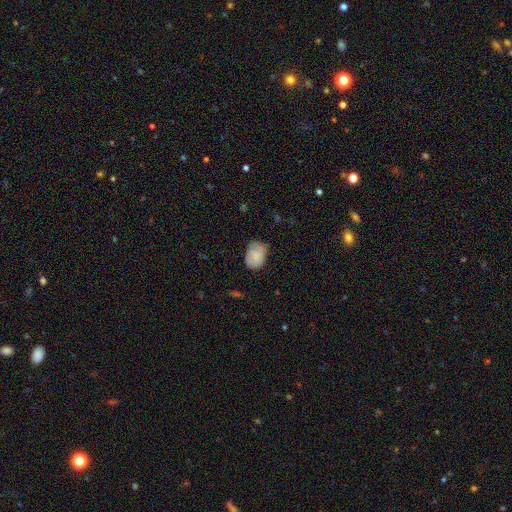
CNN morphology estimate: Smooth or featured?
  - smooth: 81% *
  - featured or disk: 12%
  - star or artifact: 7%
How rounded?
  - in between: 71% *
  - round: 28%
  - cigar-shaped: 1%
Merging?
  - none: 59% *
  - minor disturbance: 32%
  - major disturbance: 7%
  - merger: 1%